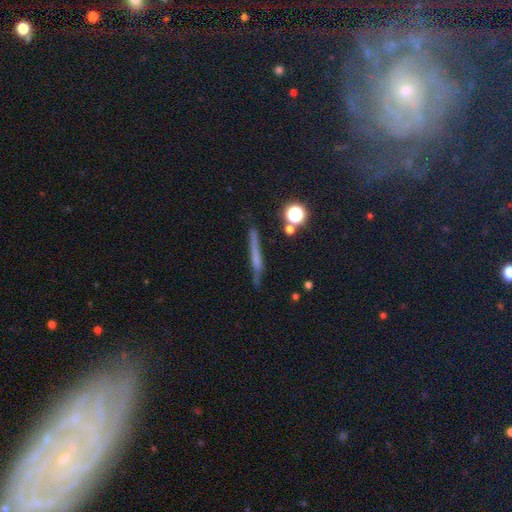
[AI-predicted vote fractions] A featured or disk galaxy (42%). Merging: none (81%).